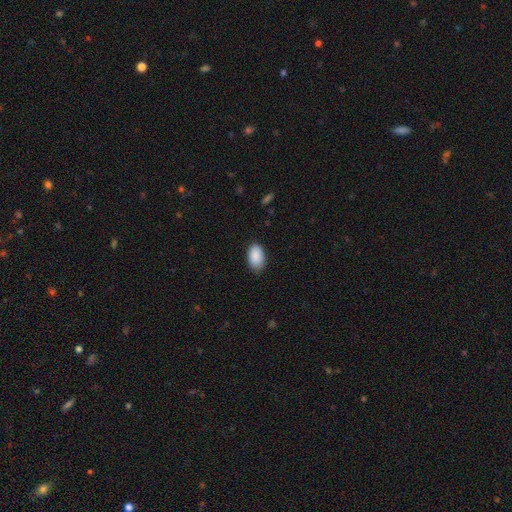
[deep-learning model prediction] Smooth or featured? smooth (90%)
How rounded? in between (95%)
Merging? none (80%)